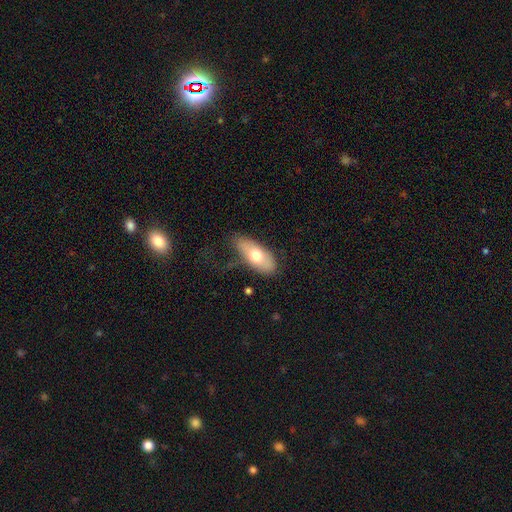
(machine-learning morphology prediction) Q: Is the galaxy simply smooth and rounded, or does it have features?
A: smooth — 66%.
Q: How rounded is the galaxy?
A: in between — 86%.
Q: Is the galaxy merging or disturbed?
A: none — 64%.